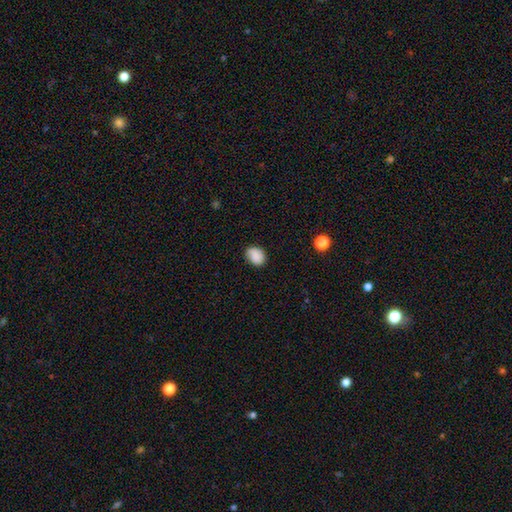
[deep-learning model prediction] Smooth or featured? smooth (80%)
How rounded? in between (55%)
Merging? none (69%)